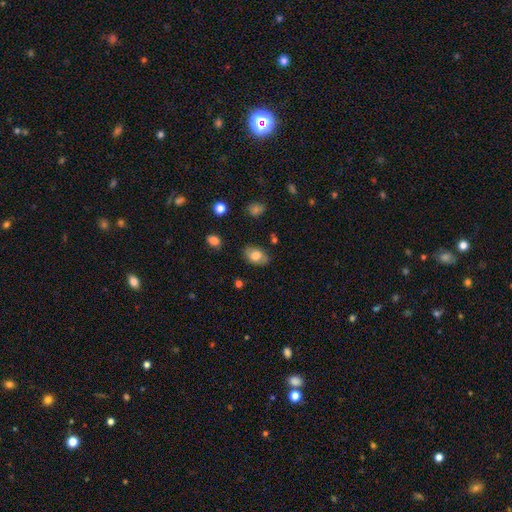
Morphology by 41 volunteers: Smooth or featured? smooth (56%)
How rounded? in between (100%)
Merging? none (89%)